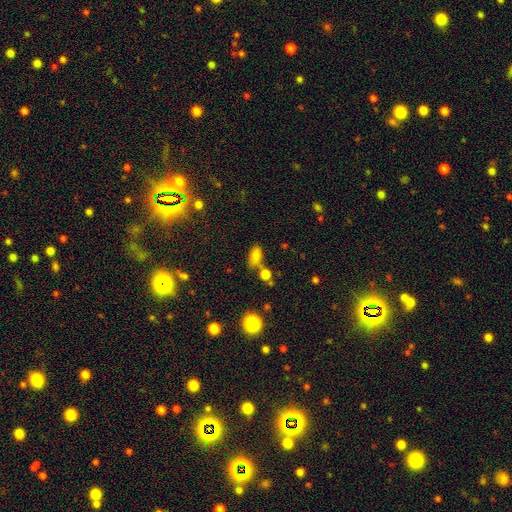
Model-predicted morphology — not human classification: smooth-or-featured: smooth: 77% | star or artifact: 14% | featured or disk: 9%
  how-rounded: in between: 83% | round: 12% | cigar-shaped: 5%
  merging: none: 53% | merger: 26% | minor disturbance: 15% | major disturbance: 6%